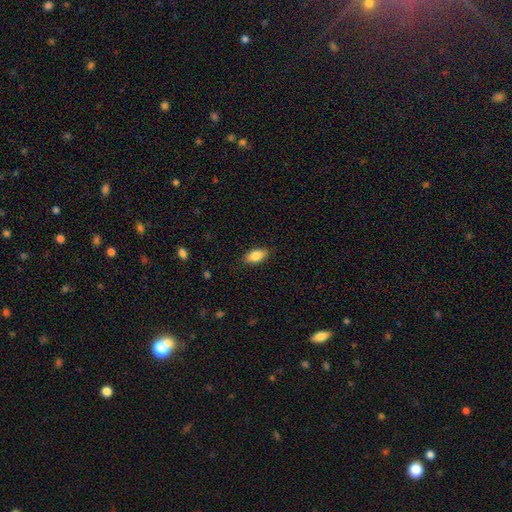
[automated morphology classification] smooth_or_featured: smooth (p=0.83) [alt: featured or disk p=0.10]
how_rounded: in between (p=0.88) [alt: cigar-shaped p=0.08]
merging: none (p=0.85) [alt: minor disturbance p=0.12]